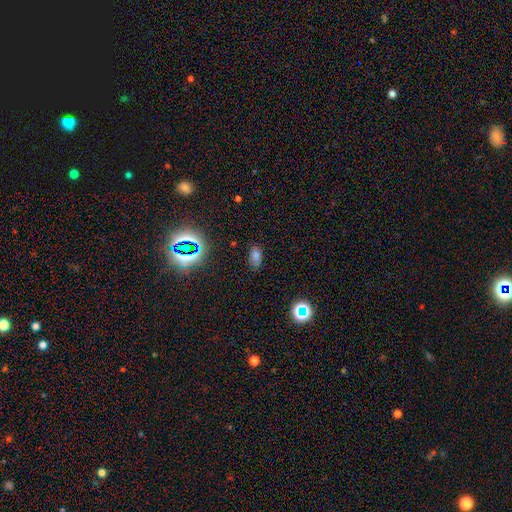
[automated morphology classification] smooth-or-featured: smooth: 63% | star or artifact: 28% | featured or disk: 9%
  how-rounded: in between: 87% | round: 9% | cigar-shaped: 4%
  merging: none: 81% | minor disturbance: 13% | major disturbance: 4% | merger: 2%